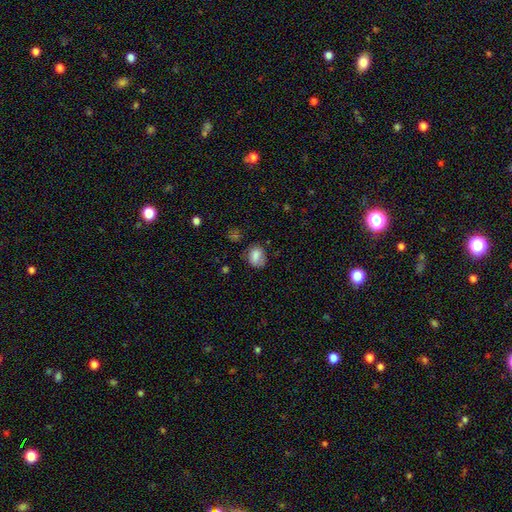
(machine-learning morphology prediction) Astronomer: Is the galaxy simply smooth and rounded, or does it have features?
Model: smooth — 80%.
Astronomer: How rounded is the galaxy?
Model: in between — 62% (runner-up: round, 37%).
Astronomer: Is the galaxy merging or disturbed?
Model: none — 63%.